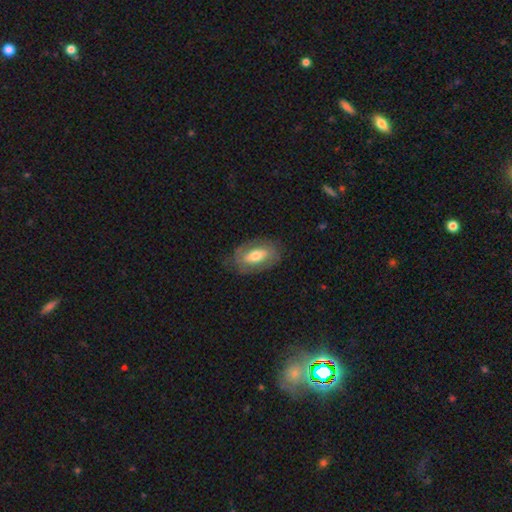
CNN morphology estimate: Q: Smooth or featured?
A: smooth (50%); runner-up: featured or disk (44%)
Q: Merging?
A: none (77%); runner-up: minor disturbance (15%)